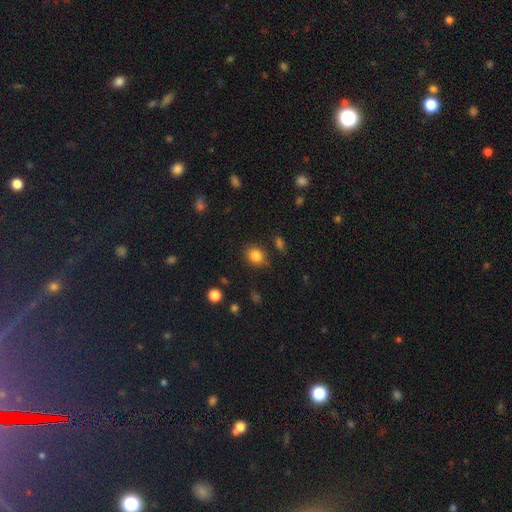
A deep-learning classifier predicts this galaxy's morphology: Smooth or featured? Predicted: smooth (p=0.83). How rounded? Predicted: round (p=0.61). Merging? Predicted: none (p=0.83).